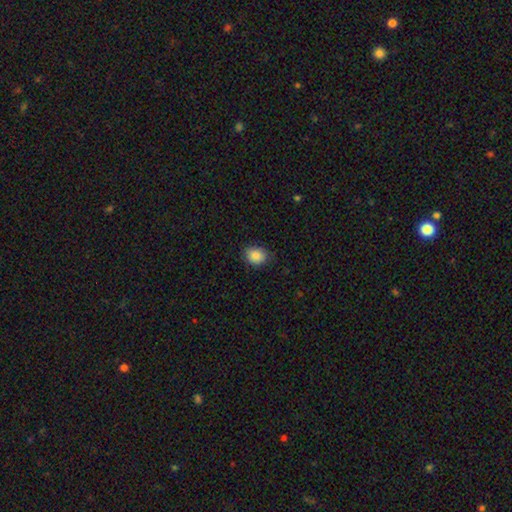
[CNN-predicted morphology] This is clearly a smooth galaxy (88%). How rounded: possibly round (53%). Merging: clearly none (80%).